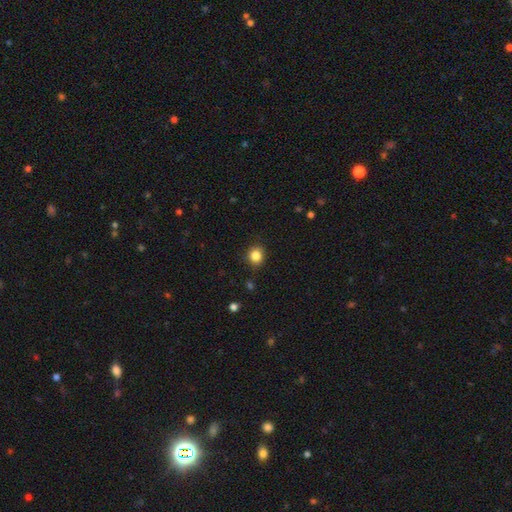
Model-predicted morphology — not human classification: Q: Smooth or featured?
A: smooth (84%); runner-up: star or artifact (11%)
Q: How rounded?
A: round (81%); runner-up: in between (18%)
Q: Merging?
A: none (87%); runner-up: minor disturbance (9%)